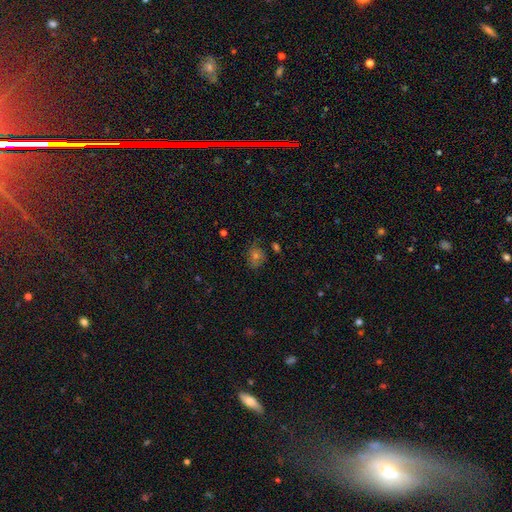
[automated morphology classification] Smooth or featured: smooth — 47% (featured or disk — 27%)
Merging: none — 69% (minor disturbance — 20%)